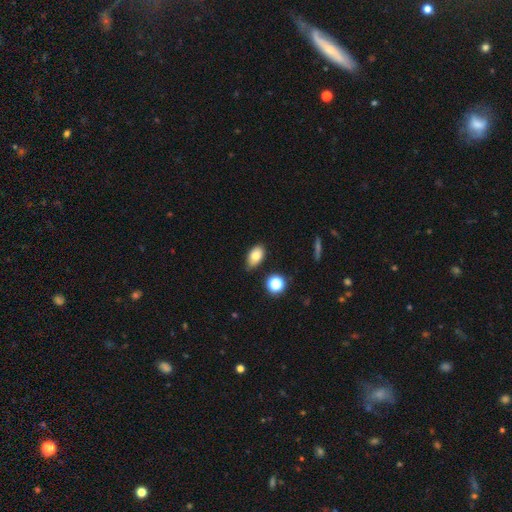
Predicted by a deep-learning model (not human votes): Overall: smooth (81%). How rounded: in between (88%). Merging: none (72%).